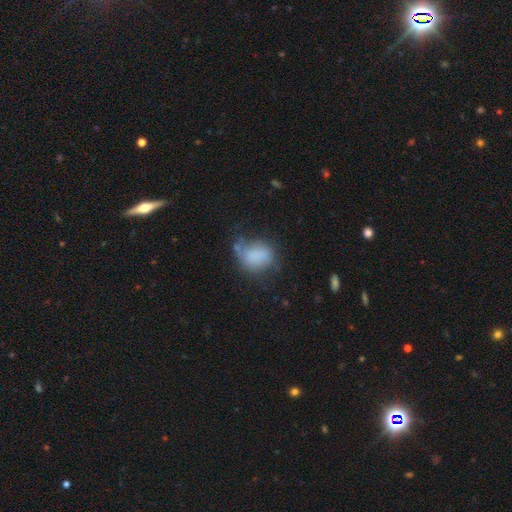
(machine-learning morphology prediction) A smooth galaxy with no disk features (70%) that is in between round and cigar-shaped (64%). Merging: none (37%).